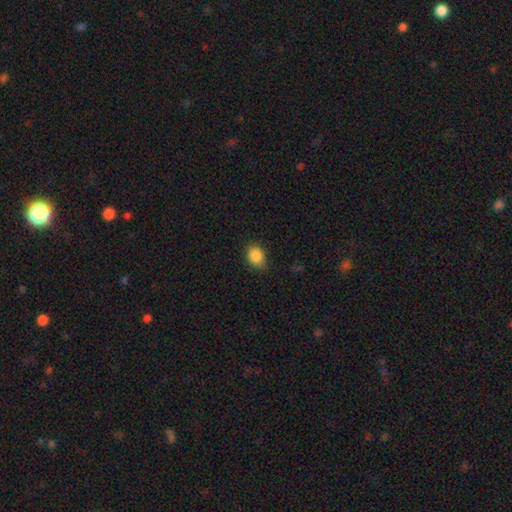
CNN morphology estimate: Smooth or featured?
  - smooth: 87% *
  - star or artifact: 9%
  - featured or disk: 4%
How rounded?
  - in between: 55% *
  - round: 44%
  - cigar-shaped: 1%
Merging?
  - none: 78% *
  - minor disturbance: 18%
  - major disturbance: 3%
  - merger: 1%